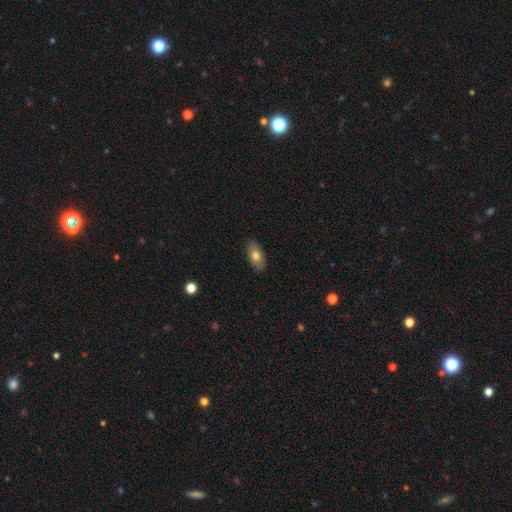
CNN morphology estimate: Smooth or featured? Predicted: smooth (p=0.74). How rounded? Predicted: in between (p=0.91). Merging? Predicted: none (p=0.86).